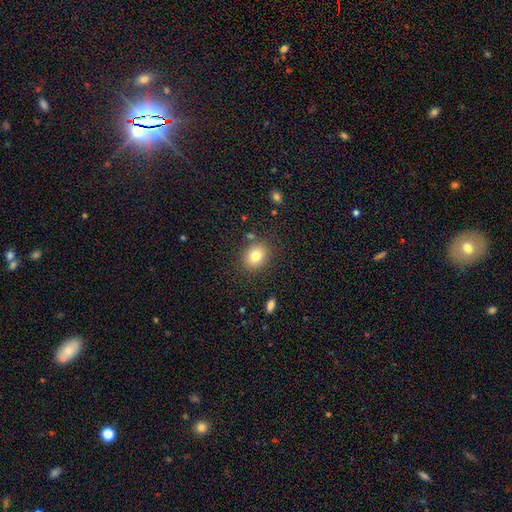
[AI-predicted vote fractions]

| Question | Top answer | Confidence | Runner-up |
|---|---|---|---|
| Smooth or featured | smooth | 80% | star or artifact (11%) |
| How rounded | round | 53% | in between (46%) |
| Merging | none | 83% | minor disturbance (10%) |